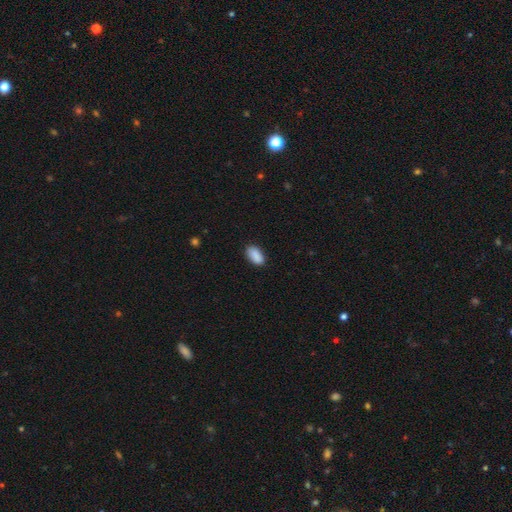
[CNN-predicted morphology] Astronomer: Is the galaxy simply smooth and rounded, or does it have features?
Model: smooth — 90%.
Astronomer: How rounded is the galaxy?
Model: in between — 93%.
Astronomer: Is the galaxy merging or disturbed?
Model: none — 85%.